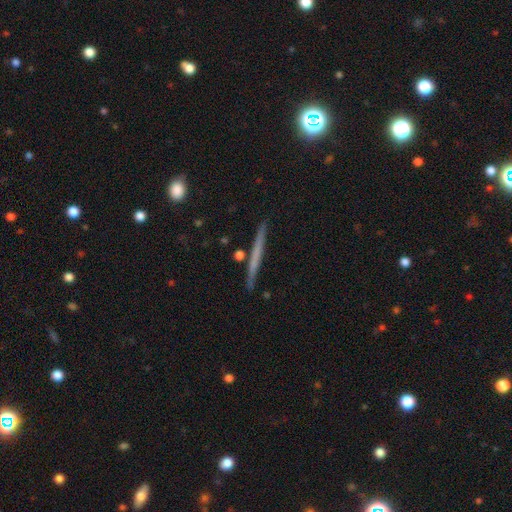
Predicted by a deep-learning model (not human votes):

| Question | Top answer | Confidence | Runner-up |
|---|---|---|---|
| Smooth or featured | featured or disk | 52% | smooth (41%) |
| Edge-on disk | yes | 97% | no (3%) |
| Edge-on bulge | none | 86% | rounded (10%) |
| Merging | none | 91% | minor disturbance (6%) |